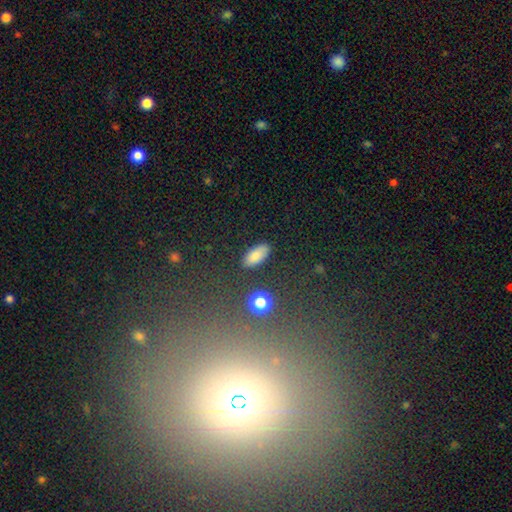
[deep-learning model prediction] Smooth or featured? smooth (84%)
How rounded? in between (87%)
Merging? none (86%)